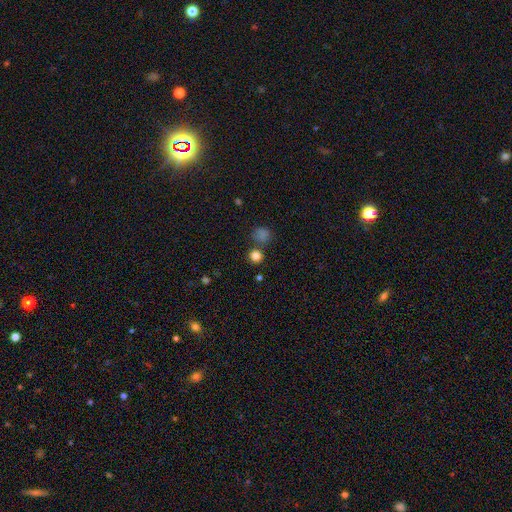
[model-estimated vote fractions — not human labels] This is likely a smooth galaxy (80%). How rounded: clearly round (91%). Merging: likely none (76%).